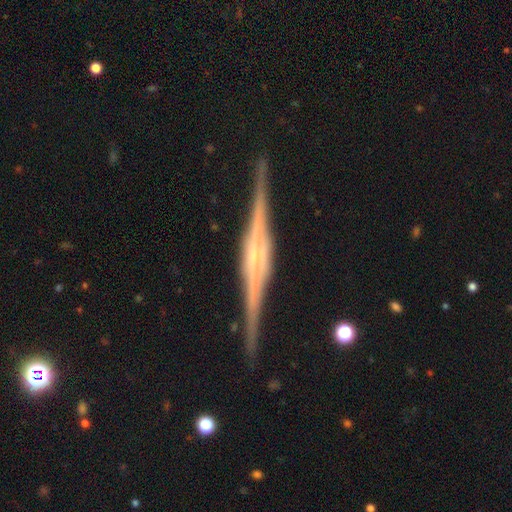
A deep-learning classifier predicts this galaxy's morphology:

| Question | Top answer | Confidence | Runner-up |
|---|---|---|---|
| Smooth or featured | featured or disk | 89% | smooth (6%) |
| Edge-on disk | yes | 98% | no (2%) |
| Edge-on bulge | boxy | 59% | rounded (33%) |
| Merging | none | 89% | minor disturbance (8%) |